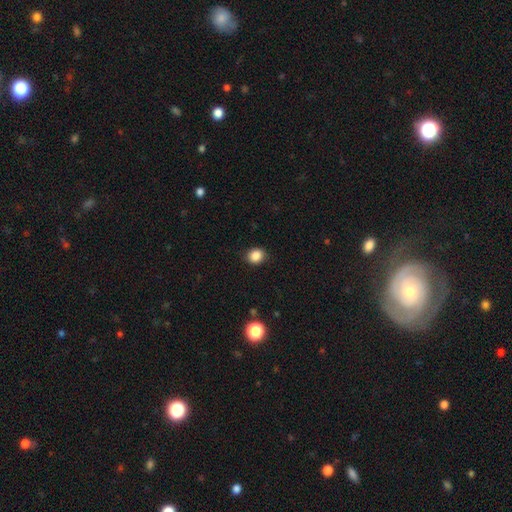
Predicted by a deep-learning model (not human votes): This appears to be a smooth galaxy with no disk features (87%) that is round (70%). Merging: none (87%).